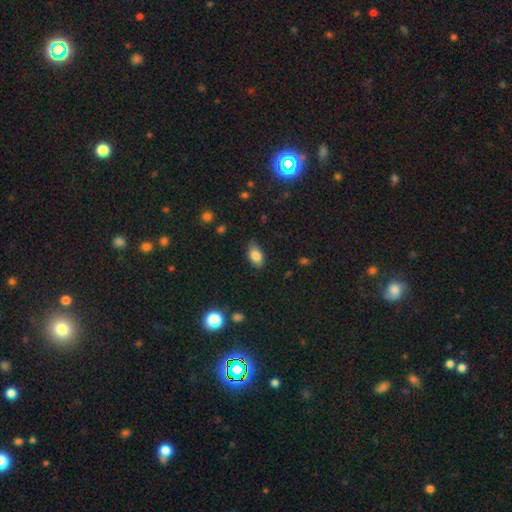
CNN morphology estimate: The model was most divided on "merging": none: 78%, minor disturbance: 18%, major disturbance: 3%, merger: 1%. More confident: how rounded — in between (91%); smooth or featured — smooth (84%).